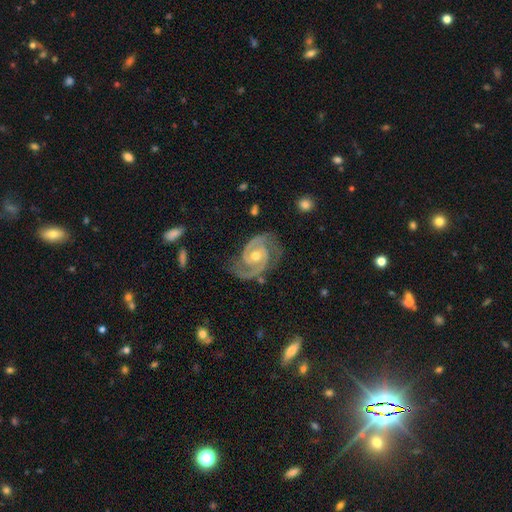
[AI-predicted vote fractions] A featured or disk galaxy (93%) with no bar (59%), 2 (91%) tight (50%) spiral arms (98%) and a moderate central bulge (67%). Merging: none (77%).